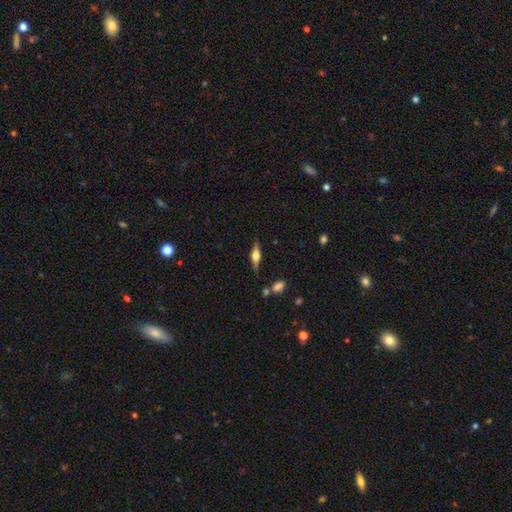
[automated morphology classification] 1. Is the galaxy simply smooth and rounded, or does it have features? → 62% featured or disk, 31% smooth, 7% star or artifact.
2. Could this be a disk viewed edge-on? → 95% yes, 5% no.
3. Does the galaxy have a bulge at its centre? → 90% rounded, 8% boxy, 2% none.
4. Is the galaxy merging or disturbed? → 81% none, 12% minor disturbance, 4% merger, 3% major disturbance.